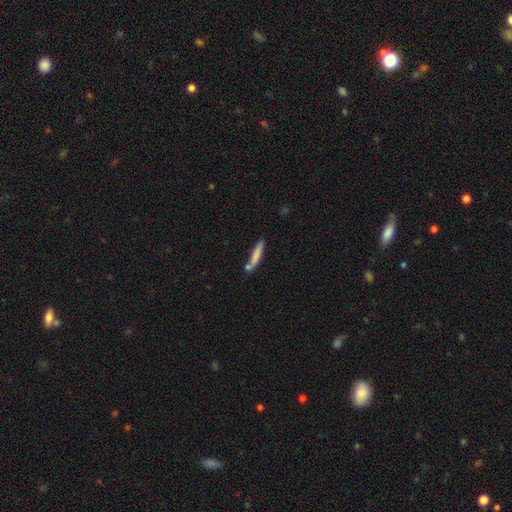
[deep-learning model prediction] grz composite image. It shows a smooth galaxy with no disk features (74%) that is cigar-shaped (92%). Merging: none (71%).